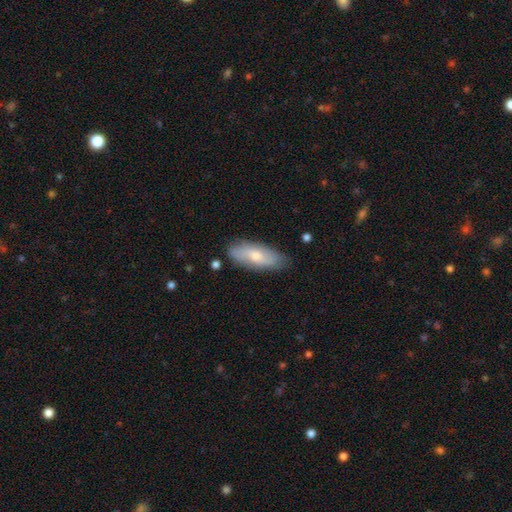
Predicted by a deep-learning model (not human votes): This appears to be a smooth galaxy with no disk features (61%) that is in between round and cigar-shaped (75%). Merging: none (78%).